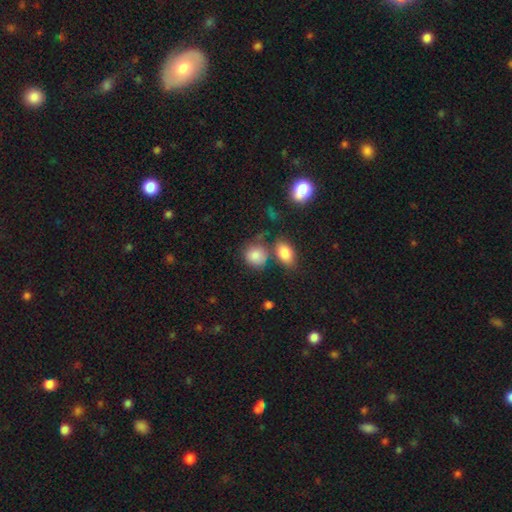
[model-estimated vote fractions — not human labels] smooth-or-featured: smooth: 83% | star or artifact: 9% | featured or disk: 8%
  how-rounded: round: 67% | in between: 31% | cigar-shaped: 2%
  merging: none: 56% | merger: 21% | minor disturbance: 17% | major disturbance: 7%